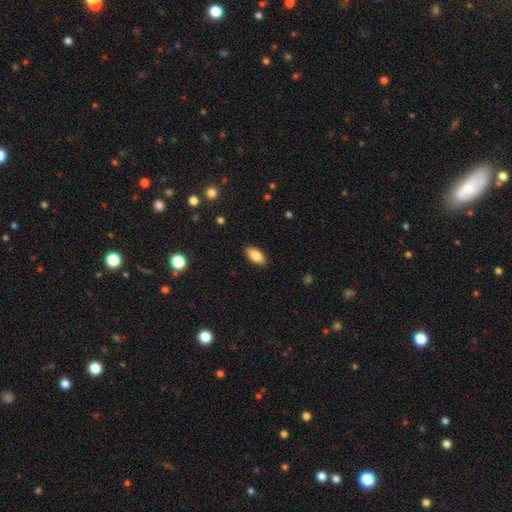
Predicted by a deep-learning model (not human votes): This appears to be a smooth galaxy with no disk features (83%) that is in between round and cigar-shaped (91%). Merging: none (89%).